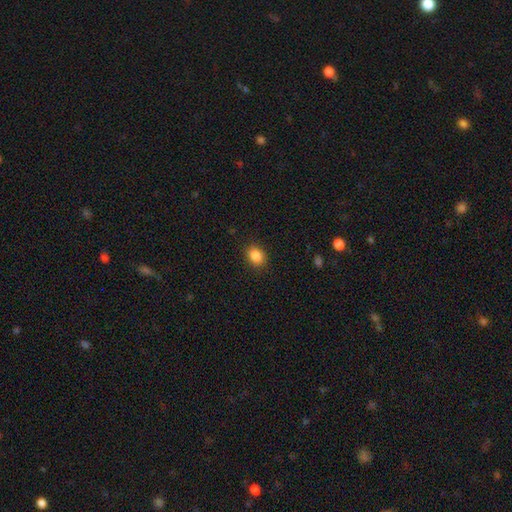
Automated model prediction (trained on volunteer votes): Smooth or featured? Predicted: smooth (p=0.87). How rounded? Predicted: in between (p=0.57). Merging? Predicted: none (p=0.87).